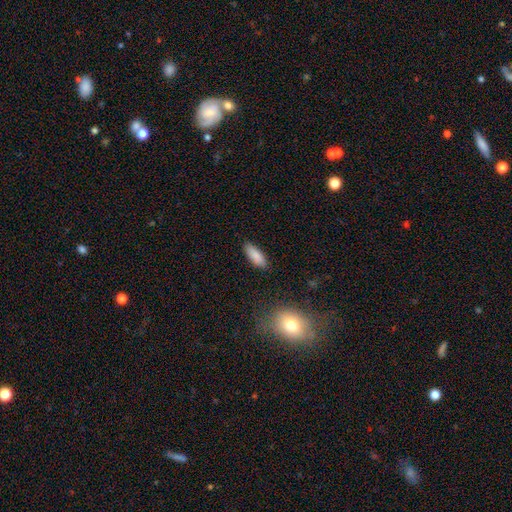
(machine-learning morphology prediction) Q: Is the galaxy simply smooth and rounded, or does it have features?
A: smooth — 87%.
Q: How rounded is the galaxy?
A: in between — 67%.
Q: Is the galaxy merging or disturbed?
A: none — 86%.